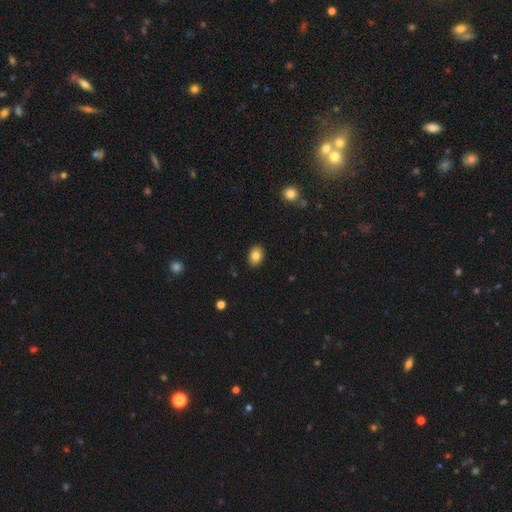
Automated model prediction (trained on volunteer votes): Overall: smooth (83%). How rounded: in between (72%). Merging: none (89%).